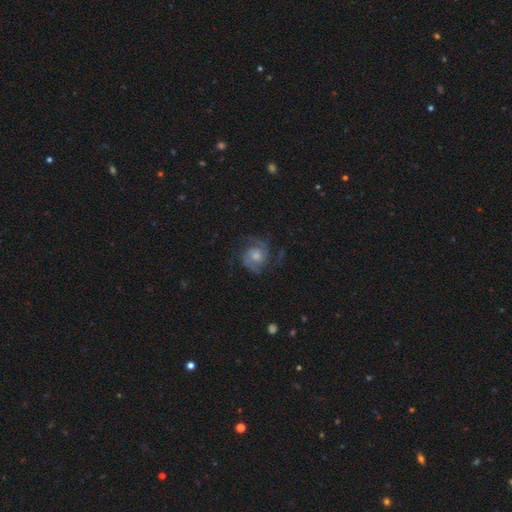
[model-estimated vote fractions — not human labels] A featured or disk galaxy (76%) with no bar (74%), 2 (61%) medium (48%) spiral arms (94%) and a moderate central bulge (51%). Merging: none (67%).